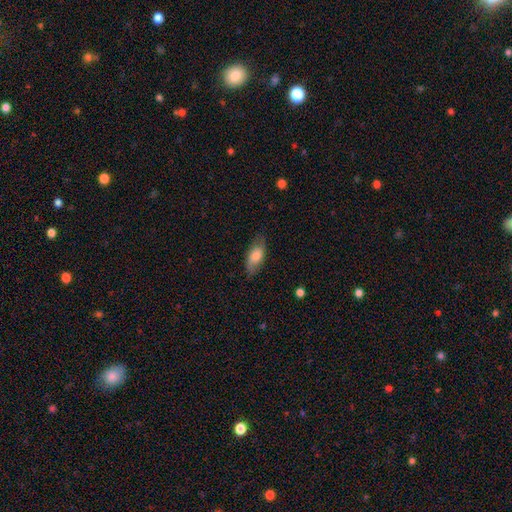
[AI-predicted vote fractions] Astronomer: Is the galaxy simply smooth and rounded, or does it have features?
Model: smooth — 74%.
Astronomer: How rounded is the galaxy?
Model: in between — 83%.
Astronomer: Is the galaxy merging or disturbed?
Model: none — 78%.